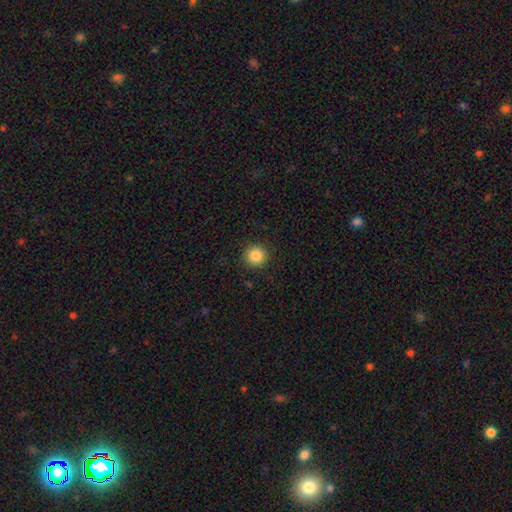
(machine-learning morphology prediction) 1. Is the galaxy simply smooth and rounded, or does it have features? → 86% smooth, 10% star or artifact, 4% featured or disk.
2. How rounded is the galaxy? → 95% round, 4% in between, 1% cigar-shaped.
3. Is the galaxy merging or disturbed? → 92% none, 5% minor disturbance, 2% major disturbance, 1% merger.